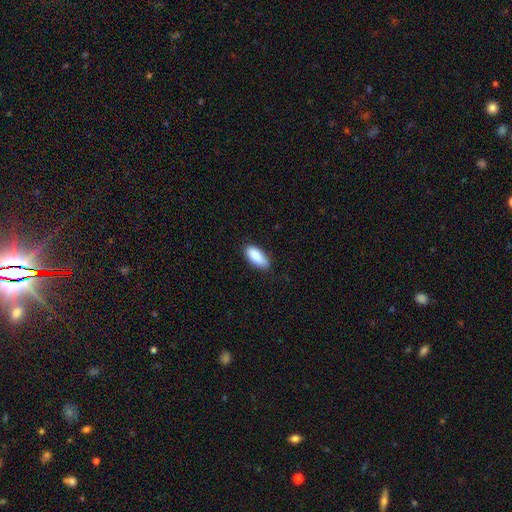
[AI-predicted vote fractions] smooth-or-featured: smooth: 88% | star or artifact: 6% | featured or disk: 6%
  how-rounded: in between: 86% | cigar-shaped: 12% | round: 2%
  merging: none: 75% | minor disturbance: 21% | major disturbance: 3% | merger: 1%